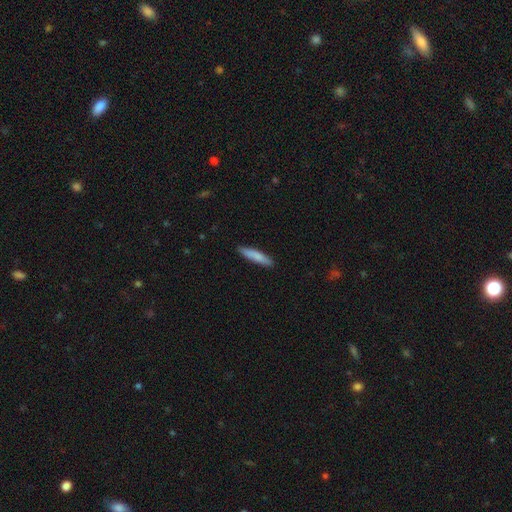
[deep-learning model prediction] Q: Smooth or featured?
A: smooth (80%); runner-up: featured or disk (15%)
Q: How rounded?
A: cigar-shaped (86%); runner-up: in between (13%)
Q: Merging?
A: none (88%); runner-up: minor disturbance (9%)